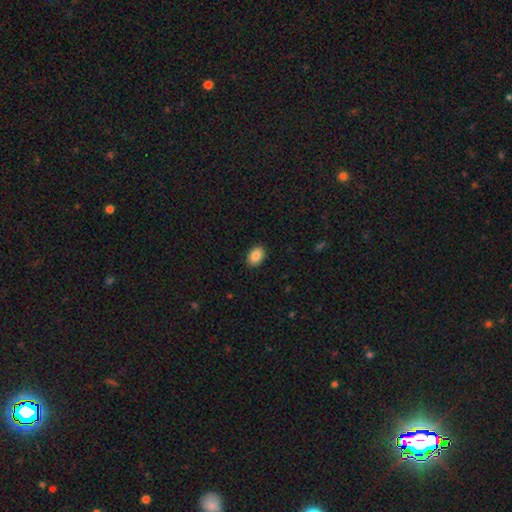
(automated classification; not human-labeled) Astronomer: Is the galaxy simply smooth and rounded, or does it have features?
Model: smooth — 88%.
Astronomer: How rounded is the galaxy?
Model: in between — 84%.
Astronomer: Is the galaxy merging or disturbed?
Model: none — 89%.